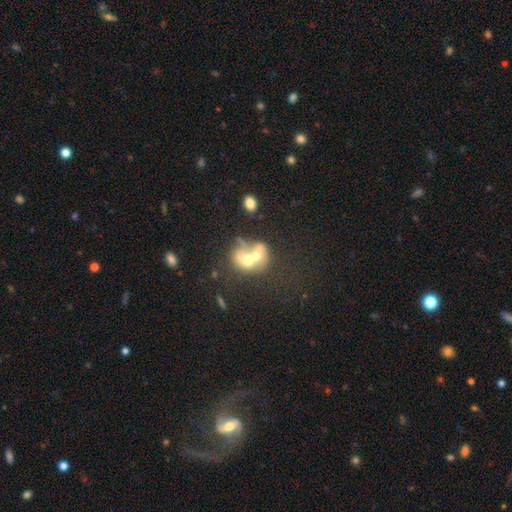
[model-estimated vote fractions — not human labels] Morphology: type=smooth (56%); roundness=round (52%); merging=merger (76%).